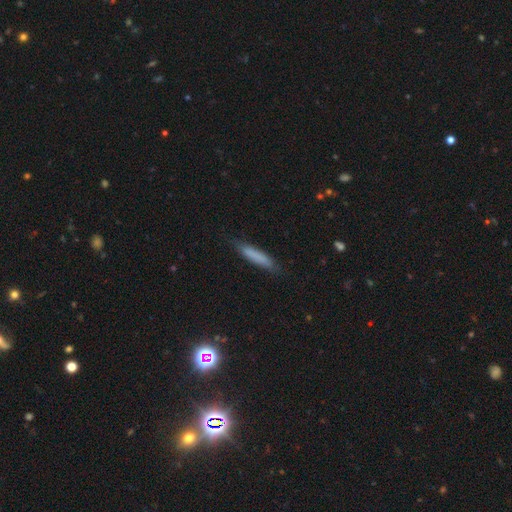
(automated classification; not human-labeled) smooth-or-featured: smooth: 78% | featured or disk: 14% | star or artifact: 7%
  how-rounded: cigar-shaped: 87% | in between: 11% | round: 1%
  merging: none: 82% | minor disturbance: 14% | major disturbance: 3% | merger: 1%